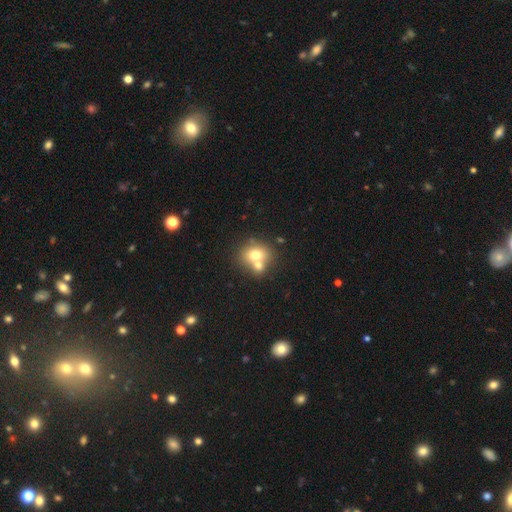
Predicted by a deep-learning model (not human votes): smooth_or_featured: smooth (p=0.70) [alt: featured or disk p=0.19]
how_rounded: round (p=0.67) [alt: in between p=0.32]
merging: merger (p=0.51) [alt: none p=0.38]